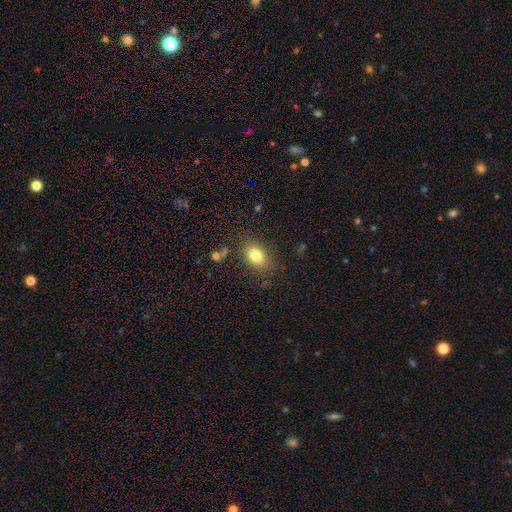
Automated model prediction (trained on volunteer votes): Overall: smooth (81%). How rounded: in between (74%). Merging: none (81%).